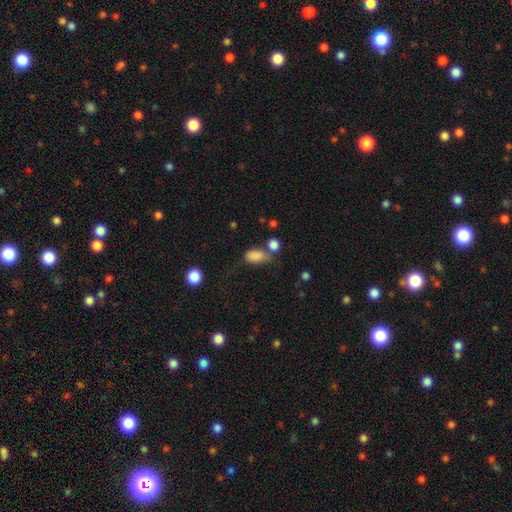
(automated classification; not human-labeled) smooth-or-featured: smooth: 83% | star or artifact: 10% | featured or disk: 7%
  how-rounded: in between: 88% | round: 9% | cigar-shaped: 3%
  merging: none: 42% | merger: 25% | minor disturbance: 22% | major disturbance: 11%